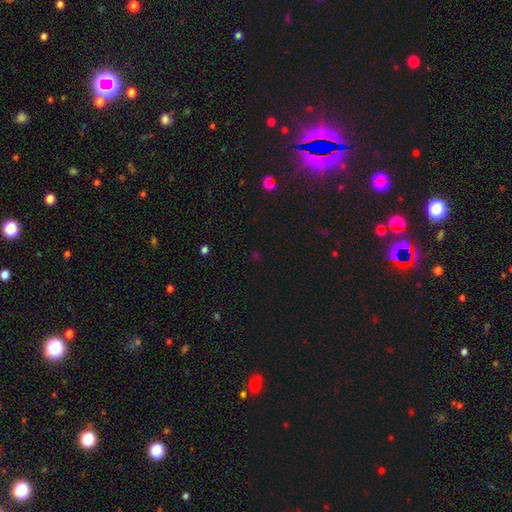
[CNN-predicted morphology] smooth-or-featured: star or artifact: 58% | smooth: 35% | featured or disk: 6%